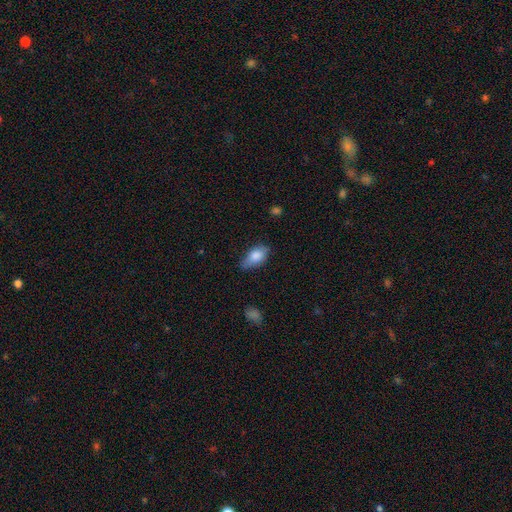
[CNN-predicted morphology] A smooth galaxy with no disk features (82%) that is in between round and cigar-shaped (90%). Merging: none (62%).